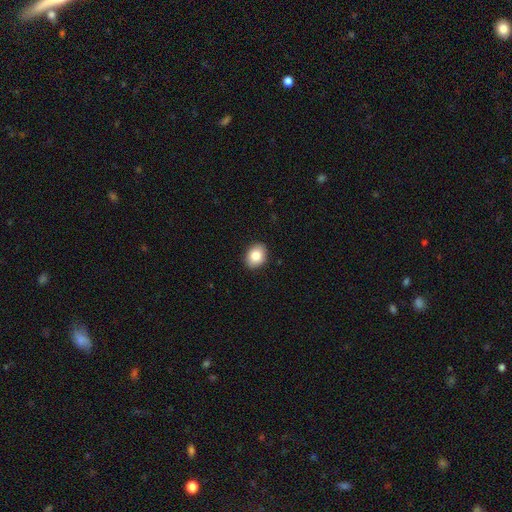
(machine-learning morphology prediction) This appears to be a smooth galaxy with no disk features (84%) that is in between round and cigar-shaped (61%). Merging: none (90%).